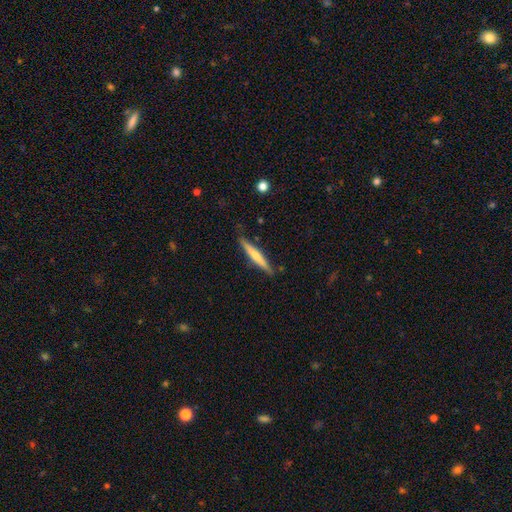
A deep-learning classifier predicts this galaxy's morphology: smooth_or_featured: smooth (p=0.54) [alt: featured or disk p=0.41]
how_rounded: cigar-shaped (p=0.94) [alt: in between p=0.04]
merging: none (p=0.86) [alt: minor disturbance p=0.11]